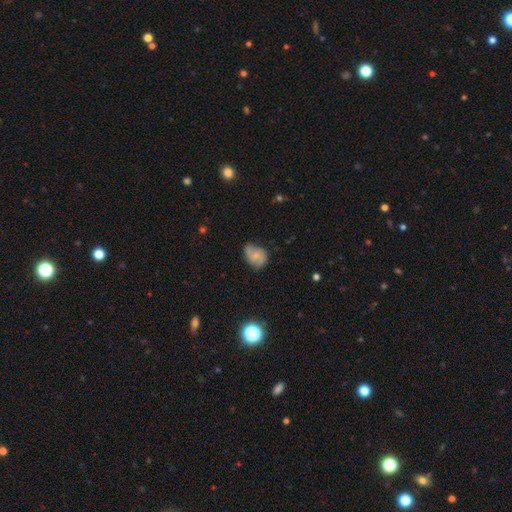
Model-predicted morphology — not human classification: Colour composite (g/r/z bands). It shows a smooth galaxy with no disk features (57%) that is in between round and cigar-shaped (62%). Merging: none (47%).